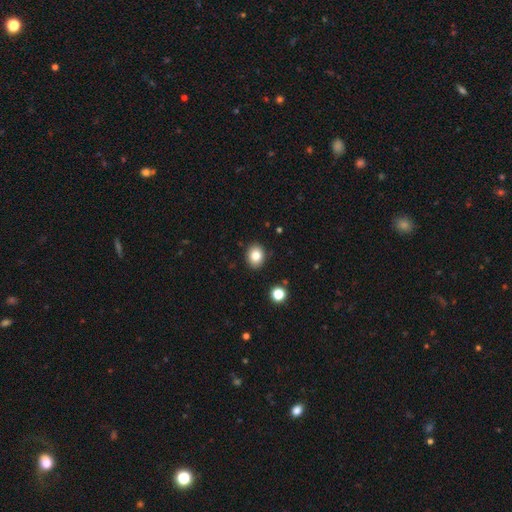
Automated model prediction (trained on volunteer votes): Morphology: type=smooth (83%); roundness=in between (50%); merging=none (89%).